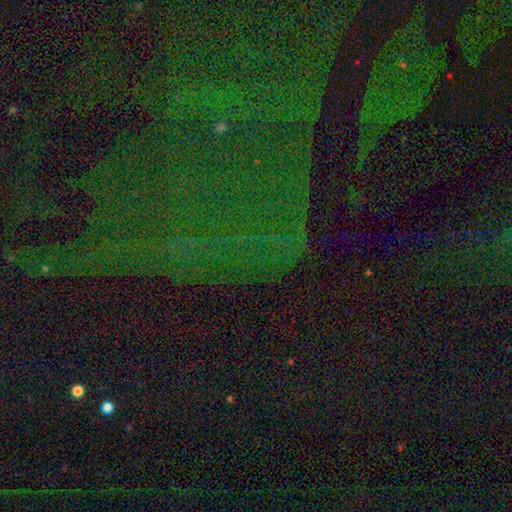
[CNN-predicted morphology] Overall: star or artifact (81%).